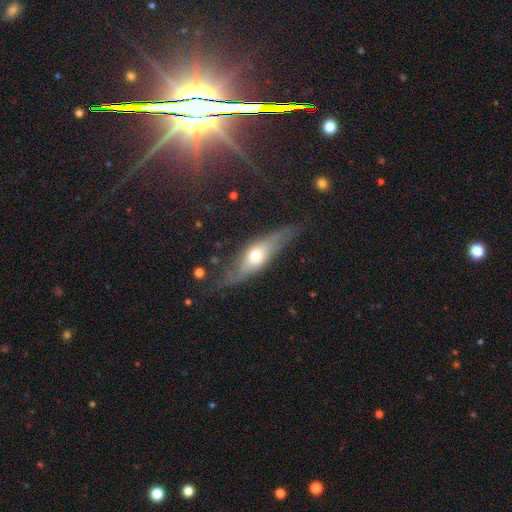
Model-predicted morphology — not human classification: Smooth or featured? featured or disk (53%)
Edge-on disk? yes (71%)
Merging? none (68%)